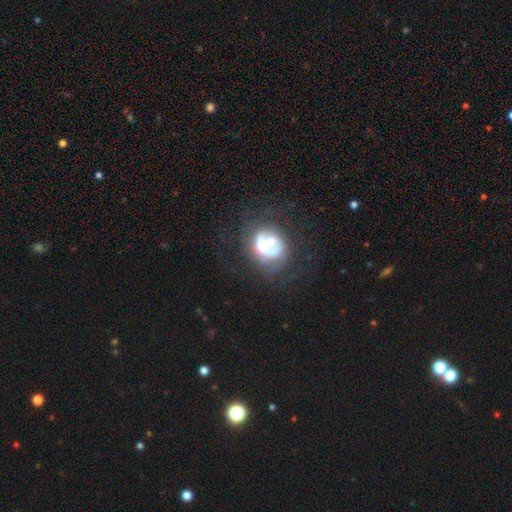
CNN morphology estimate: Smooth or featured: star or artifact — 34% (featured or disk — 33%)